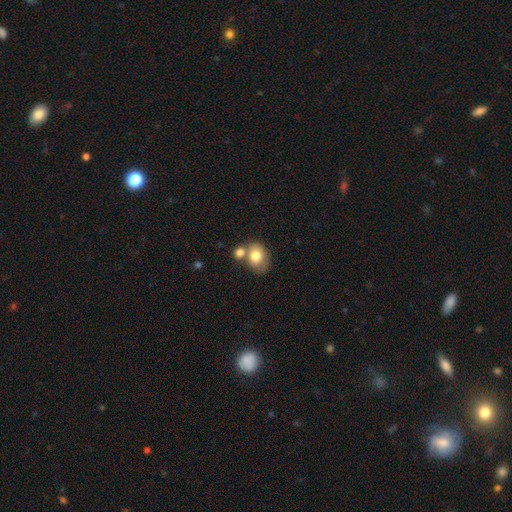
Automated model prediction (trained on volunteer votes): This is likely a smooth galaxy (77%). How rounded: possibly in between (56%). Merging: marginally none (44%).